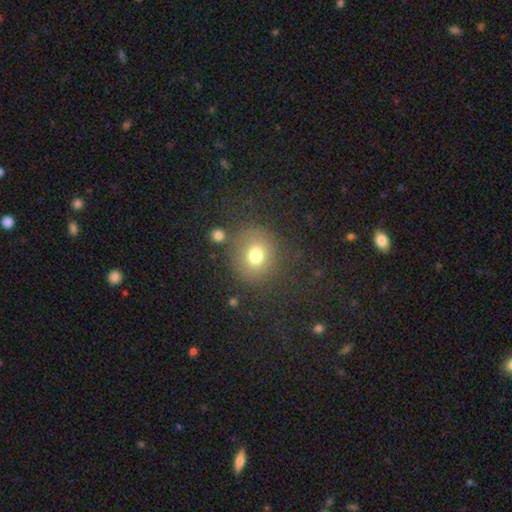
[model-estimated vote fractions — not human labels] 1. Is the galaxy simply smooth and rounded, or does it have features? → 74% smooth, 15% star or artifact, 11% featured or disk.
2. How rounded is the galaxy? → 82% round, 17% in between, 1% cigar-shaped.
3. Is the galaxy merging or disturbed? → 77% none, 12% minor disturbance, 7% major disturbance, 5% merger.